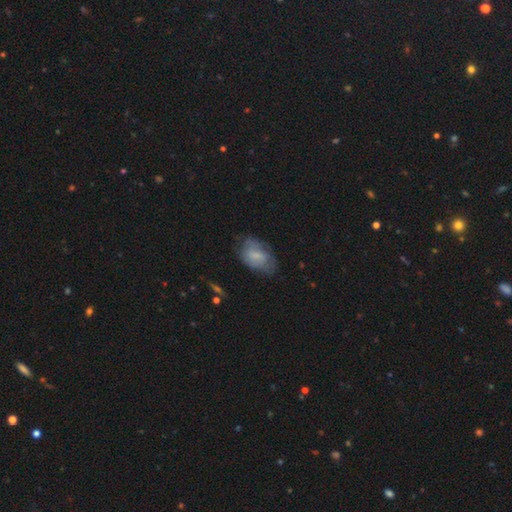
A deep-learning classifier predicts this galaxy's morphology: Smooth or featured? smooth (65%)
How rounded? in between (89%)
Merging? none (55%)